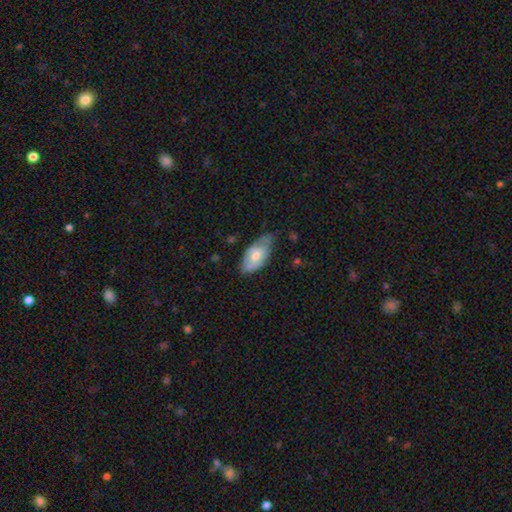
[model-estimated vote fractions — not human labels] This appears to be a smooth galaxy with no disk features (58%) that is in between round and cigar-shaped (92%). Merging: none (50%).